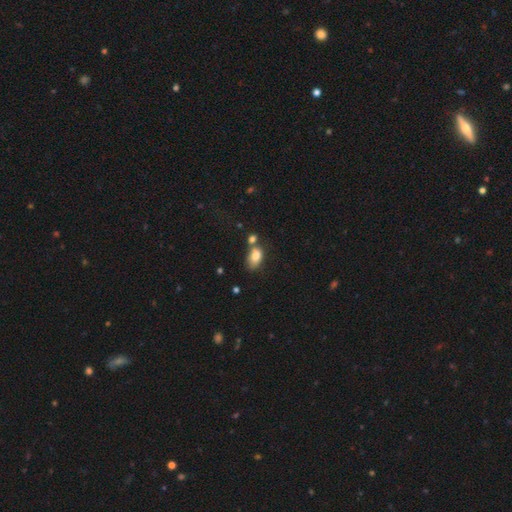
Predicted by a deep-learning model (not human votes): A smooth galaxy with no disk features (81%) that is in between round and cigar-shaped (88%). Merging: none (38%).